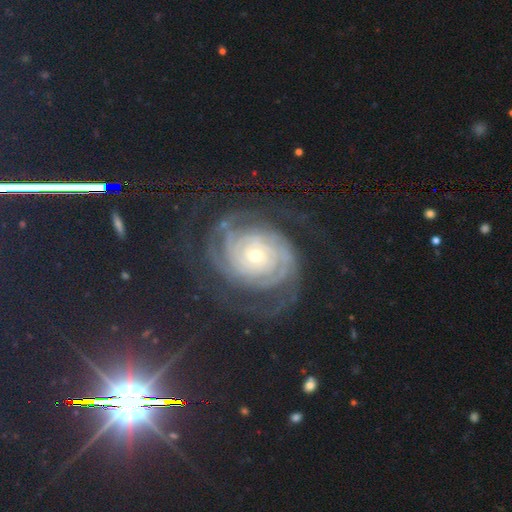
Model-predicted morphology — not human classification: Smooth or featured? Predicted: featured or disk (p=0.85). Edge-on disk? Predicted: no (p=0.97). Bar? Predicted: no (p=0.76). Spiral arms? Predicted: yes (p=0.98). Spiral winding? Predicted: tight (p=0.77). Spiral arm count? Predicted: 2 (p=0.33). Bulge size? Predicted: small (p=0.59). Merging? Predicted: none (p=0.72).